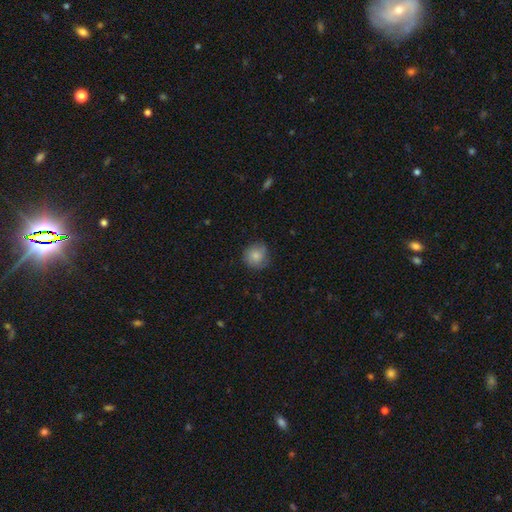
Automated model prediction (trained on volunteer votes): Smooth or featured: smooth — 79% (featured or disk — 13%)
How rounded: round — 89% (in between — 11%)
Merging: none — 69% (minor disturbance — 24%)